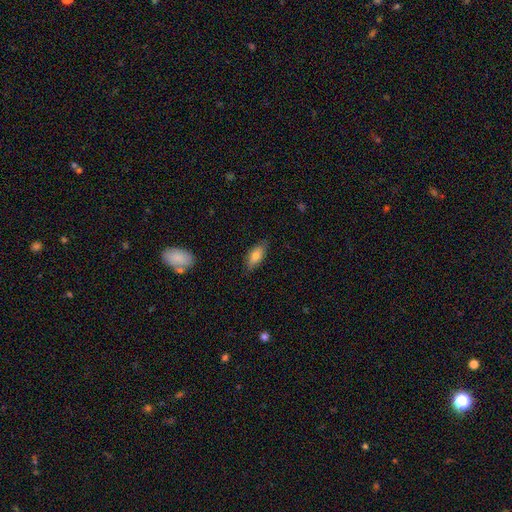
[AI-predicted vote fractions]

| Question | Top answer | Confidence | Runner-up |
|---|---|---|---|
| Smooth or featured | smooth | 75% | featured or disk (18%) |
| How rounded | in between | 84% | cigar-shaped (13%) |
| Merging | none | 81% | minor disturbance (15%) |